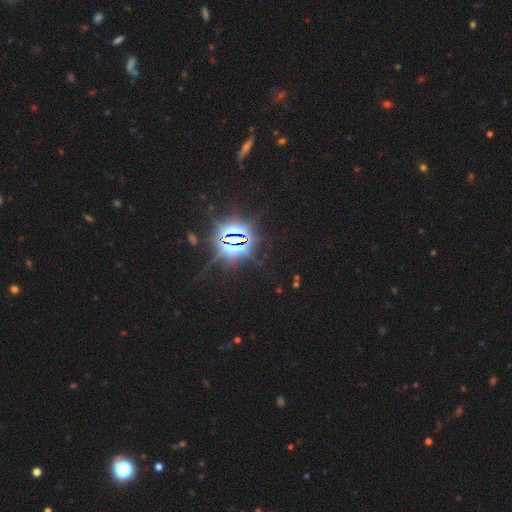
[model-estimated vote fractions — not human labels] Smooth or featured? Predicted: star or artifact (p=0.87).